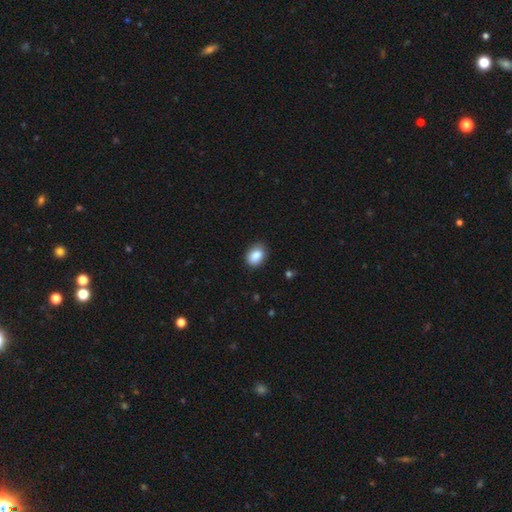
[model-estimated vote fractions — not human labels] Smooth or featured? Predicted: smooth (p=0.87). How rounded? Predicted: in between (p=0.76). Merging? Predicted: none (p=0.85).